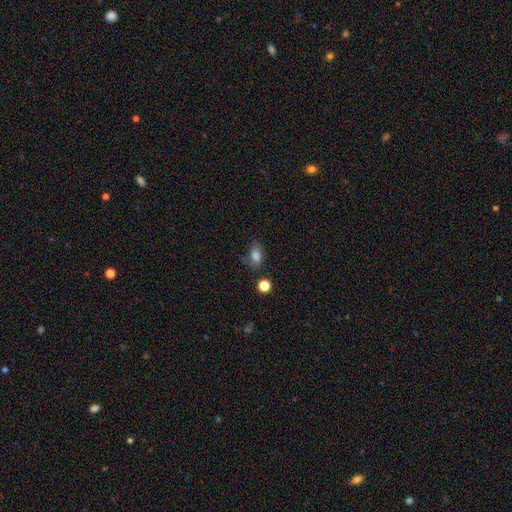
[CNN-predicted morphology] Smooth or featured? Predicted: smooth (p=0.82). How rounded? Predicted: in between (p=0.82). Merging? Predicted: none (p=0.63).